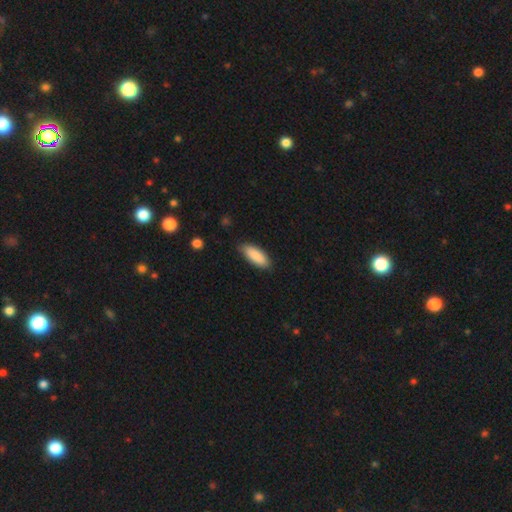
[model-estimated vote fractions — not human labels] Q: Smooth or featured?
A: smooth (89%); runner-up: star or artifact (6%)
Q: How rounded?
A: in between (74%); runner-up: cigar-shaped (24%)
Q: Merging?
A: none (84%); runner-up: minor disturbance (13%)